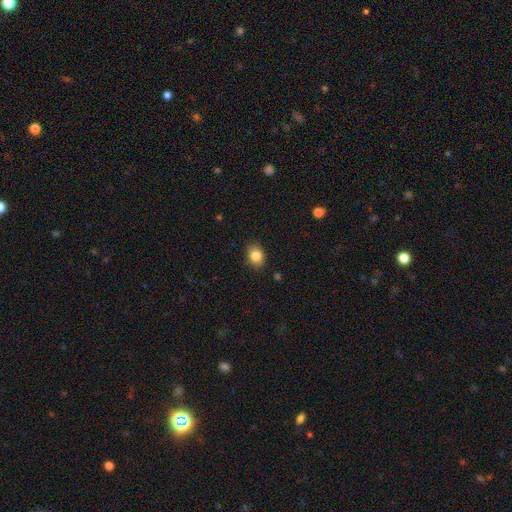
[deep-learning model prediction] smooth_or_featured: smooth (p=0.85) [alt: star or artifact p=0.09]
how_rounded: round (p=0.52) [alt: in between p=0.47]
merging: none (p=0.85) [alt: minor disturbance p=0.11]